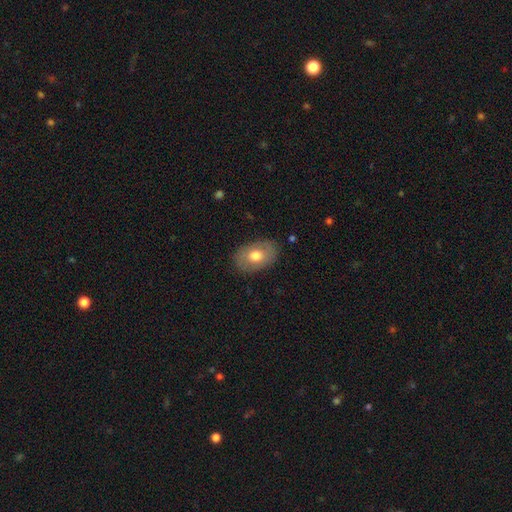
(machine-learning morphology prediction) smooth-or-featured: smooth: 66% | featured or disk: 28% | star or artifact: 6%
  how-rounded: in between: 86% | round: 13% | cigar-shaped: 1%
  merging: none: 82% | minor disturbance: 13% | major disturbance: 4% | merger: 1%